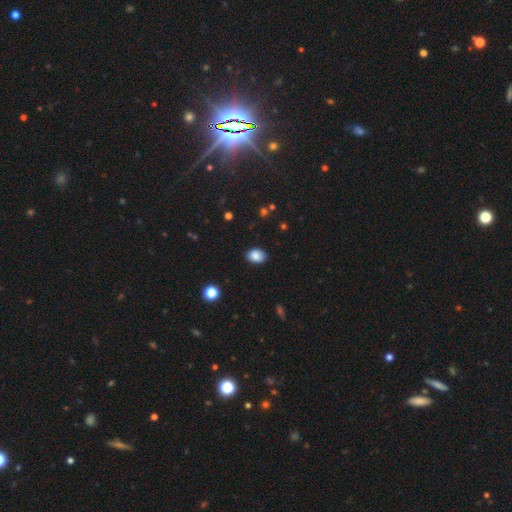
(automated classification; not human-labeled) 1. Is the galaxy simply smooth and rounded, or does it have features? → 87% smooth, 9% star or artifact, 5% featured or disk.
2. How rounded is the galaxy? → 76% in between, 23% round, 1% cigar-shaped.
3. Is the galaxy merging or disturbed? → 82% none, 14% minor disturbance, 2% major disturbance, 1% merger.